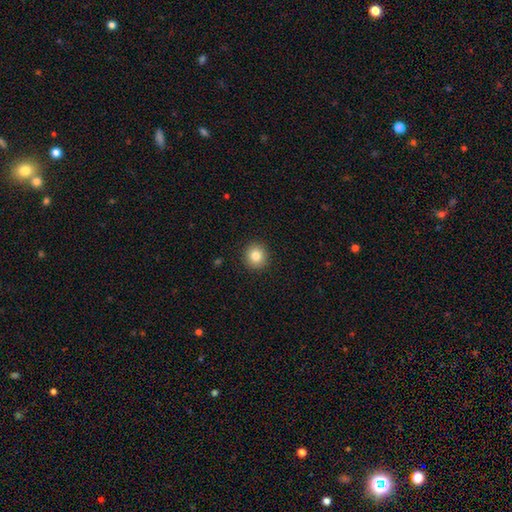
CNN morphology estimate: Smooth or featured? Predicted: smooth (p=0.83). How rounded? Predicted: round (p=0.92). Merging? Predicted: none (p=0.92).